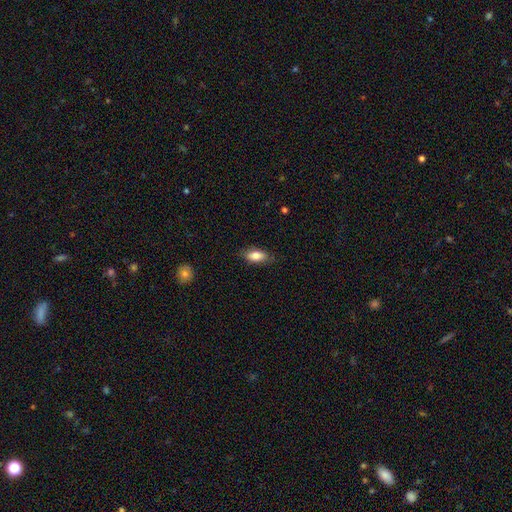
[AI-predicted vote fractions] smooth 79%, featured or disk 14%, star or artifact 7%. Down the decision tree: how rounded — in between (85%); merging — none (82%).